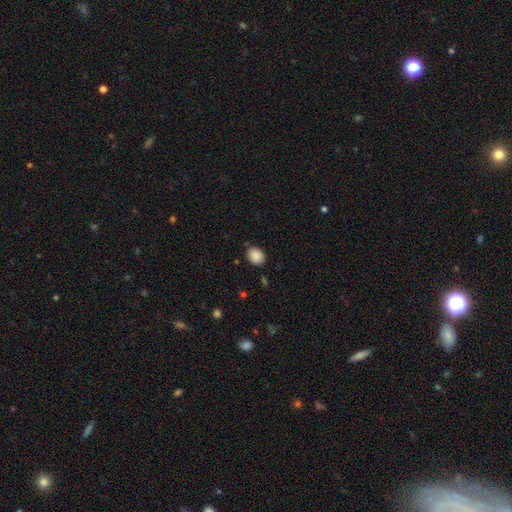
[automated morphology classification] Smooth or featured: smooth — 89% (star or artifact — 8%)
How rounded: round — 50% (tied with in between — 50%)
Merging: none — 83% (minor disturbance — 13%)